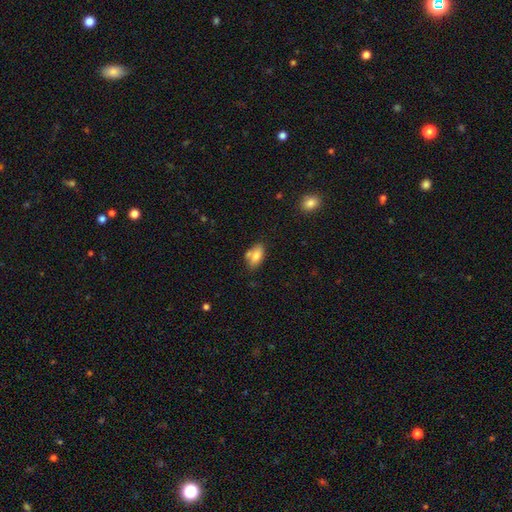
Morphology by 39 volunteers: smooth-or-featured: smooth: 82% | featured or disk: 13% | star or artifact: 5%
  how-rounded: in between: 97% | round: 3% | cigar-shaped: 0%
  merging: none: 59% | merger: 24% | minor disturbance: 8% | major disturbance: 8%